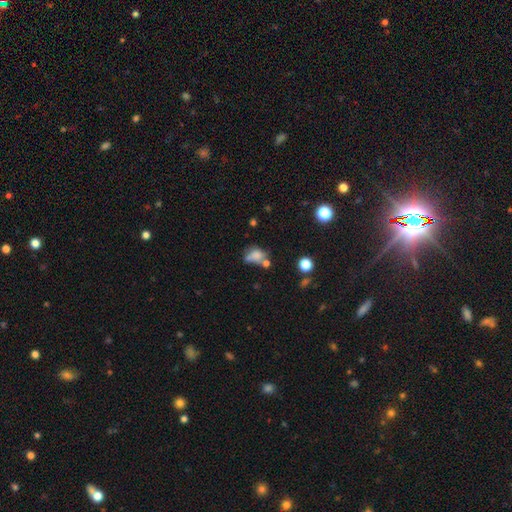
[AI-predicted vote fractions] Smooth or featured? smooth (66%)
How rounded? in between (69%)
Merging? merger (32%)